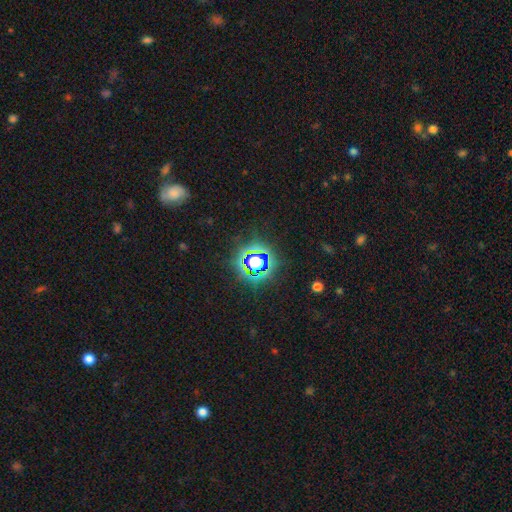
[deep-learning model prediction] Q: Smooth or featured?
A: star or artifact (76%); runner-up: smooth (15%)